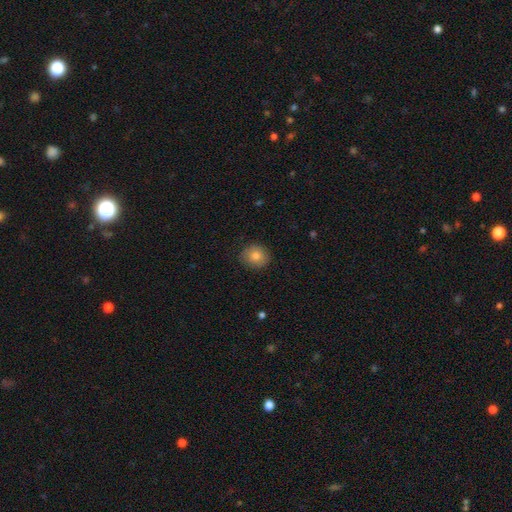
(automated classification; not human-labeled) Smooth or featured?
  - smooth: 82% *
  - featured or disk: 9%
  - star or artifact: 9%
How rounded?
  - round: 82% *
  - in between: 17%
  - cigar-shaped: 1%
Merging?
  - none: 88% *
  - minor disturbance: 9%
  - major disturbance: 2%
  - merger: 1%